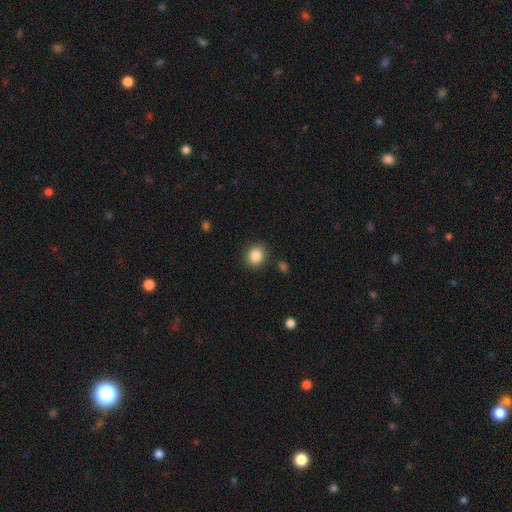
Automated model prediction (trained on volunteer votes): A smooth galaxy with no disk features (86%) that is round (78%).

Vote fractions:
- Smooth or featured? smooth: 86% / star or artifact: 9% / featured or disk: 5%
- How rounded? round: 78% / in between: 21% / cigar-shaped: 1%
- Merging? none: 88% / minor disturbance: 8% / major disturbance: 2% / merger: 2%